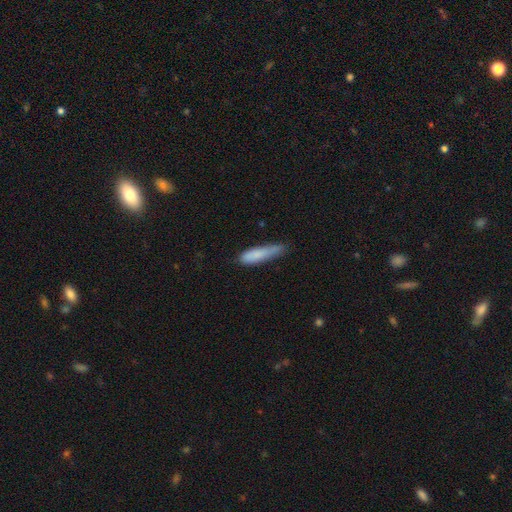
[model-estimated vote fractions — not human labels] Smooth or featured?
  - smooth: 77% *
  - featured or disk: 15%
  - star or artifact: 8%
How rounded?
  - cigar-shaped: 87% *
  - in between: 12%
  - round: 1%
Merging?
  - none: 61% *
  - minor disturbance: 30%
  - major disturbance: 6%
  - merger: 2%